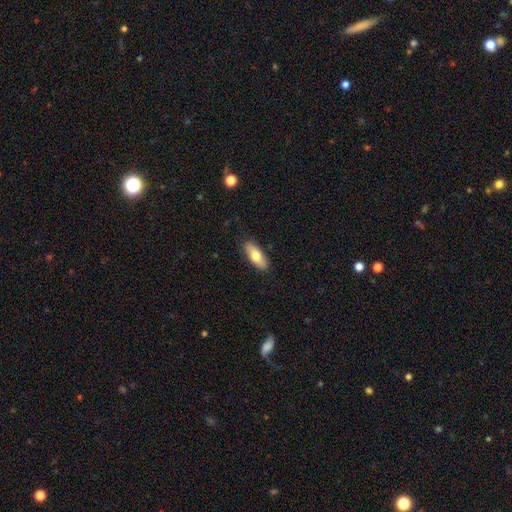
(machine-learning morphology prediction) This is likely a smooth galaxy (72%). How rounded: likely in between (74%). Merging: clearly none (87%).